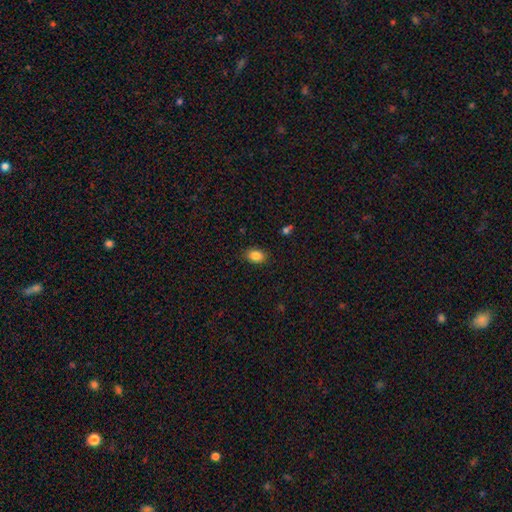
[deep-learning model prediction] A smooth galaxy with no disk features (86%) that is in between round and cigar-shaped (79%).

Vote fractions:
- Smooth or featured? smooth: 86% / star or artifact: 9% / featured or disk: 5%
- How rounded? in between: 79% / round: 20% / cigar-shaped: 1%
- Merging? none: 87% / minor disturbance: 9% / major disturbance: 2% / merger: 1%